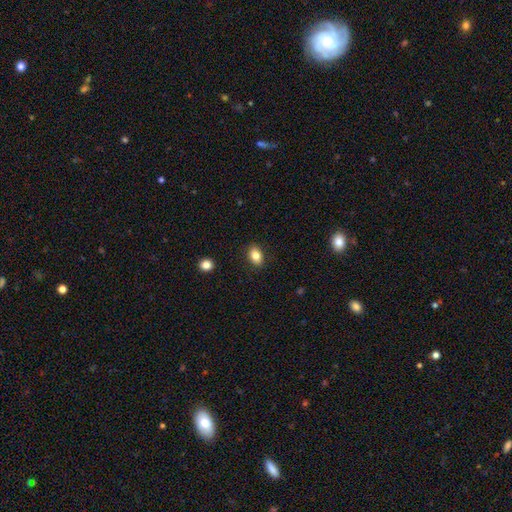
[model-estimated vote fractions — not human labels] Smooth or featured: smooth — 82% (featured or disk — 10%)
How rounded: in between — 82% (round — 17%)
Merging: none — 88% (minor disturbance — 9%)